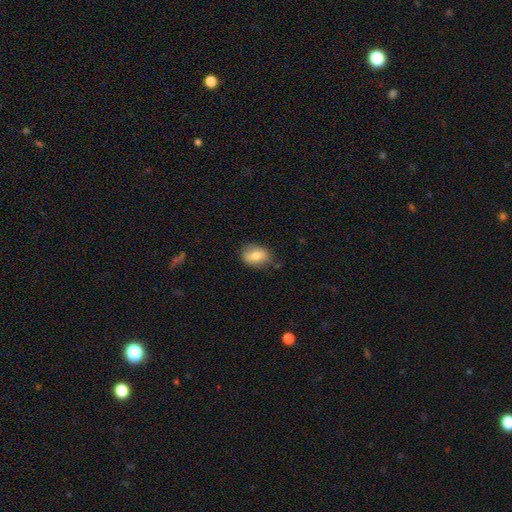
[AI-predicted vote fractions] smooth_or_featured: smooth (p=0.75) [alt: featured or disk p=0.17]
how_rounded: in between (p=0.70) [alt: round p=0.29]
merging: none (p=0.76) [alt: minor disturbance p=0.18]